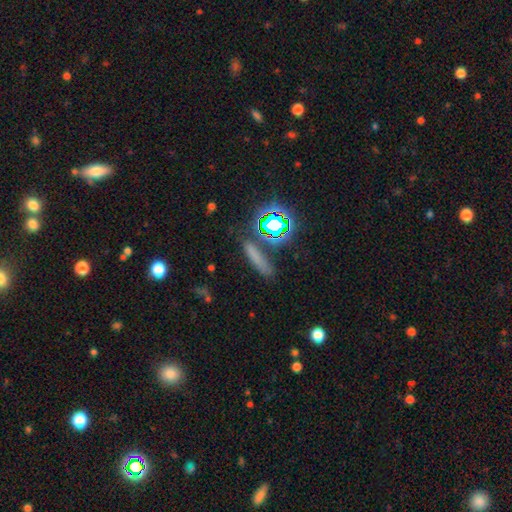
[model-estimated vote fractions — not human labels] Smooth or featured? smooth (62%)
How rounded? cigar-shaped (78%)
Merging? none (77%)